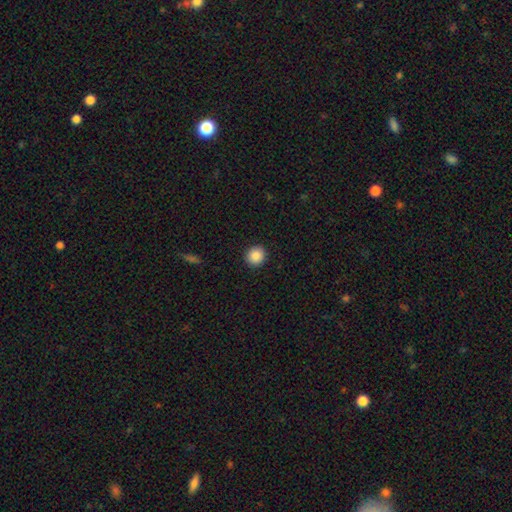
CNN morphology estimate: A smooth galaxy with no disk features (88%) that is round (89%).

Vote fractions:
- Smooth or featured? smooth: 88% / star or artifact: 9% / featured or disk: 3%
- How rounded? round: 89% / in between: 10% / cigar-shaped: 1%
- Merging? none: 92% / minor disturbance: 5% / major disturbance: 2% / merger: 1%